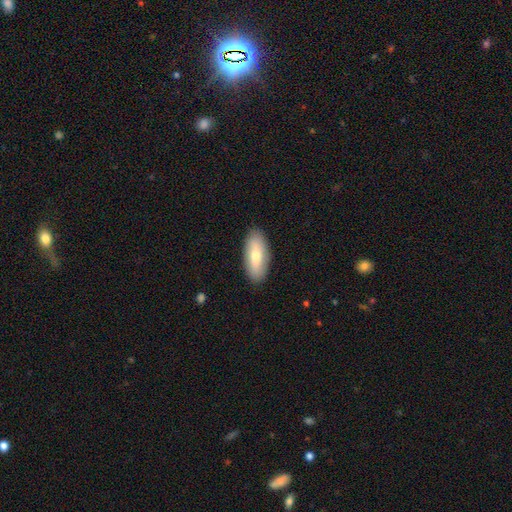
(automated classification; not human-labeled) This is likely a smooth galaxy (67%). How rounded: clearly in between (81%). Merging: clearly none (88%).